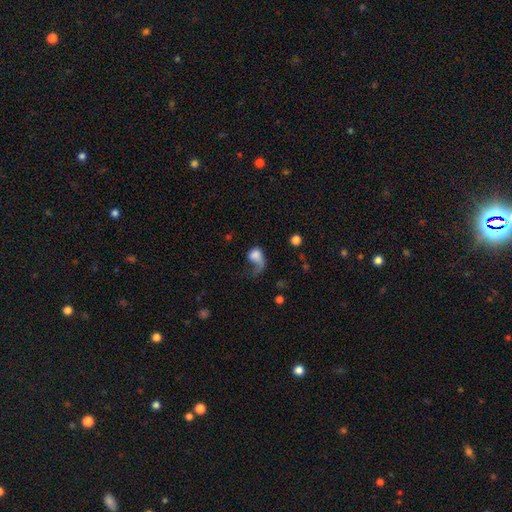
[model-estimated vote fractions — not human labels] Smooth or featured: smooth — 59% (featured or disk — 32%)
How rounded: in between — 55% (round — 43%)
Merging: major disturbance — 58% (none — 20%)